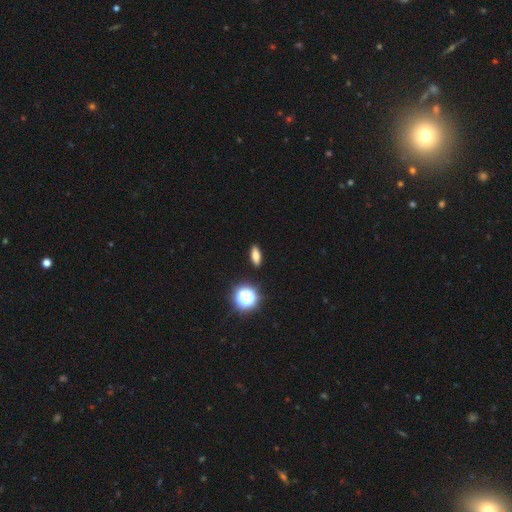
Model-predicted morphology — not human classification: type=smooth (75%); roundness=in between (65%); merging=none (90%).